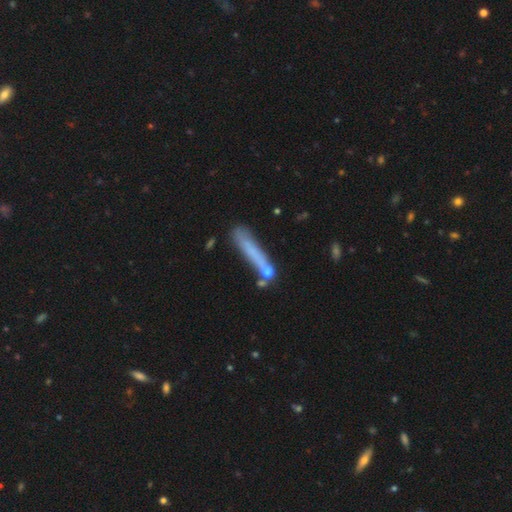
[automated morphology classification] smooth-or-featured: smooth: 61% | featured or disk: 28% | star or artifact: 11%
  how-rounded: cigar-shaped: 92% | in between: 6% | round: 2%
  merging: none: 62% | minor disturbance: 18% | merger: 12% | major disturbance: 8%